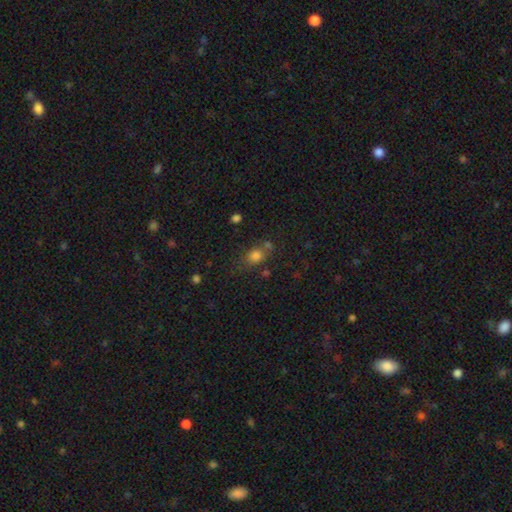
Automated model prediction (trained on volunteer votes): Morphology: type=smooth (78%); roundness=in between (56%); merging=none (57%).